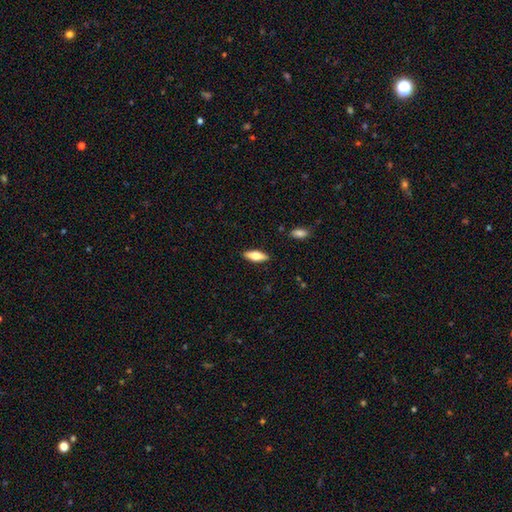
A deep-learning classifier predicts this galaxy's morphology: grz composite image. It shows a smooth galaxy with no disk features (65%) that is in between round and cigar-shaped (65%). Merging: none (88%).